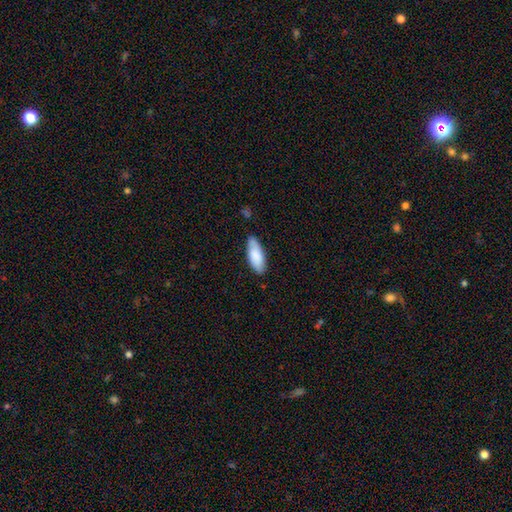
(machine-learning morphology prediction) Overall: smooth (84%). How rounded: in between (75%). Merging: none (83%).